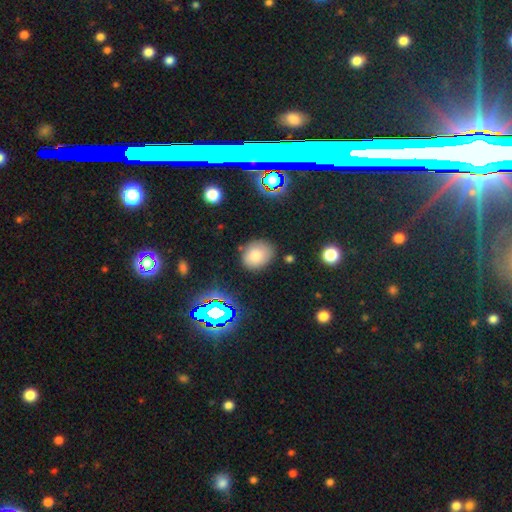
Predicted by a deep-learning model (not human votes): Morphology: type=smooth (77%); roundness=round (59%); merging=none (78%).